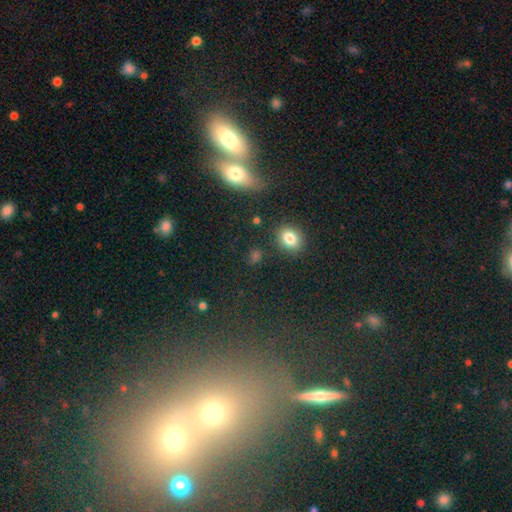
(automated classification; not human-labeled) Q: Smooth or featured?
A: smooth (78%); runner-up: star or artifact (14%)
Q: How rounded?
A: round (60%); runner-up: in between (37%)
Q: Merging?
A: none (83%); runner-up: minor disturbance (8%)